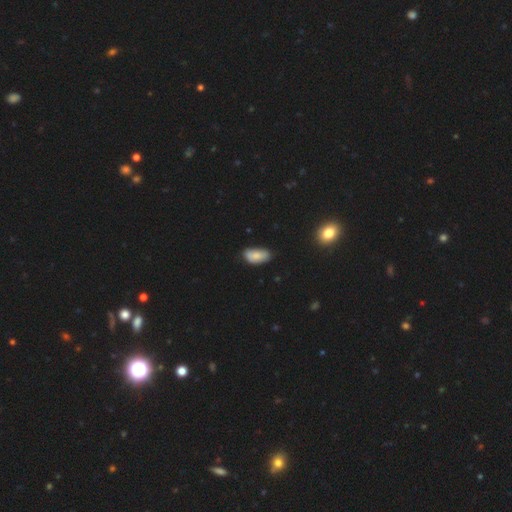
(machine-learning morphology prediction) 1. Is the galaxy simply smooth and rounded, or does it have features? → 76% smooth, 16% featured or disk, 8% star or artifact.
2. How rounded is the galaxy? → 93% in between, 4% cigar-shaped, 3% round.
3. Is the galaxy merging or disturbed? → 61% none, 32% minor disturbance, 5% major disturbance, 2% merger.